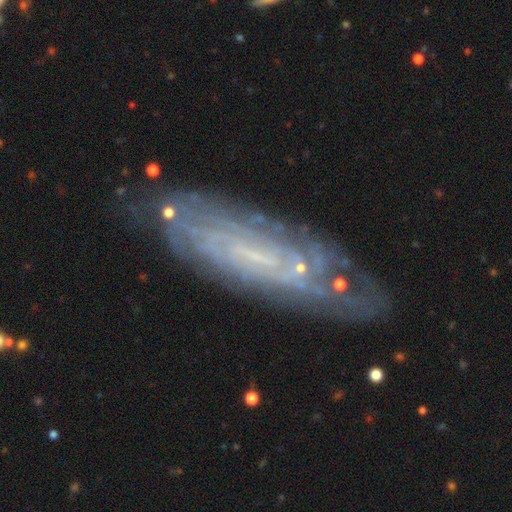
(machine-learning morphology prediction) smooth-or-featured: featured or disk: 68% | smooth: 22% | star or artifact: 10%
  disk-edge-on: no: 74% | yes: 26%
    bar: no: 59% | weak: 29% | strong: 11%
    has-spiral-arms: yes: 67% | no: 33%
    bulge-size: small: 49% | none: 39% | moderate: 9% | large: 2% | dominant: 1%
  merging: none: 75% | minor disturbance: 16% | major disturbance: 6% | merger: 3%